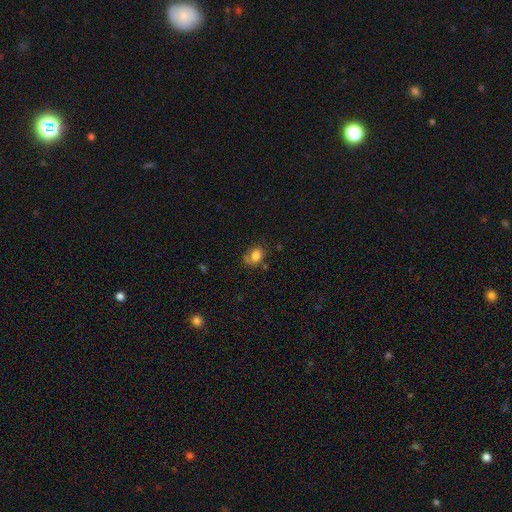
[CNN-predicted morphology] smooth 78%, featured or disk 11%, star or artifact 11%. Down the decision tree: how rounded — round (55%); merging — none (56%).